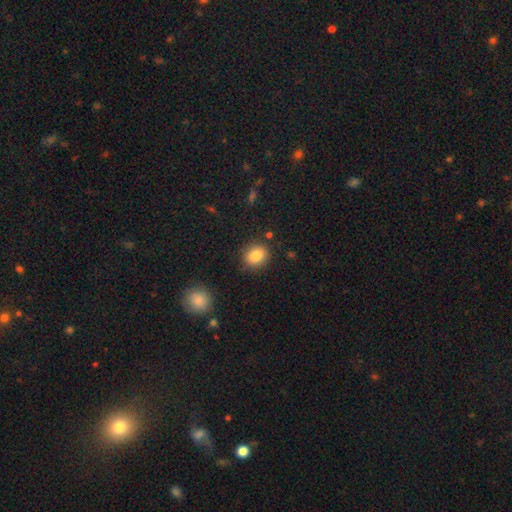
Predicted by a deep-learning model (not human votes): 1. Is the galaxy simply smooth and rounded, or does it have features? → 83% smooth, 9% star or artifact, 7% featured or disk.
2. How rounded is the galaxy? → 61% round, 38% in between, 1% cigar-shaped.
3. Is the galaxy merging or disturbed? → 85% none, 10% minor disturbance, 3% major disturbance, 3% merger.